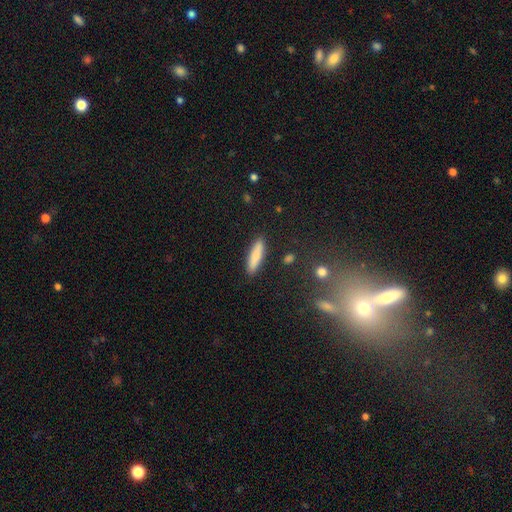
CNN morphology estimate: A smooth galaxy with no disk features (81%) that is cigar-shaped (74%).

Vote fractions:
- Smooth or featured? smooth: 81% / featured or disk: 13% / star or artifact: 6%
- How rounded? cigar-shaped: 74% / in between: 25% / round: 2%
- Merging? none: 89% / minor disturbance: 8% / major disturbance: 2% / merger: 2%